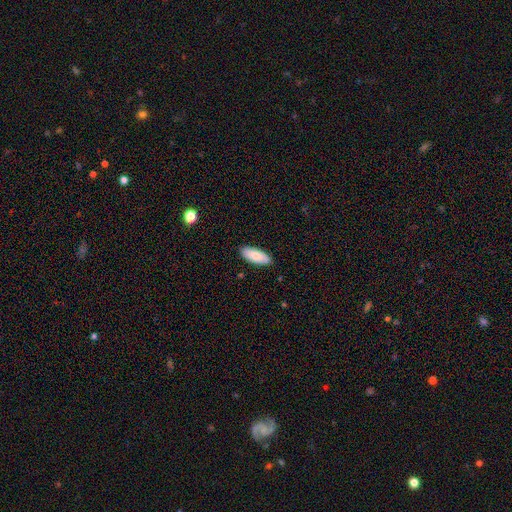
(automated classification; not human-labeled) A smooth galaxy with no disk features (76%) that is in between round and cigar-shaped (83%). Merging: none (88%).